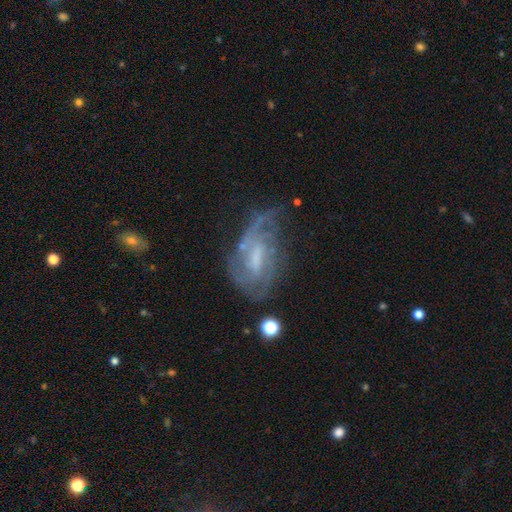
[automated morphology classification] This is likely a featured or disk galaxy (75%). It is clearly not viewed edge-on (94%). Bar: possibly weak (51%). Spiral arm pattern: clearly yes (81%). Spiral arm count: marginally can't tell (42%). Spiral winding: marginally tight (43%). Central bulge: marginally moderate (34%). Merging: marginally none (44%).